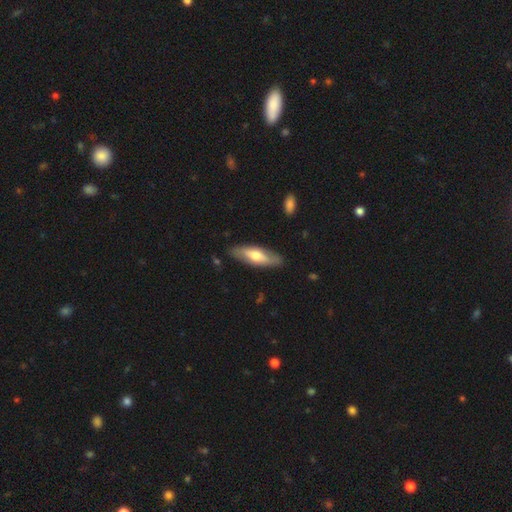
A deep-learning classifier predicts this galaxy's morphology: This is possibly a smooth galaxy (53%). How rounded: possibly in between (56%). Merging: clearly none (84%).